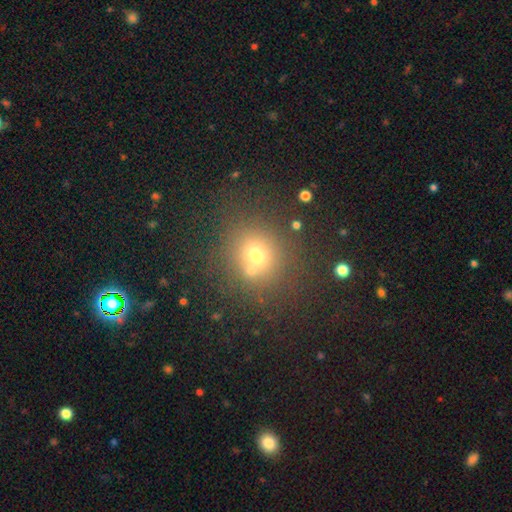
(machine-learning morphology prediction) smooth 64%, star or artifact 22%, featured or disk 14%. Down the decision tree: how rounded — round (83%); merging — none (65%).